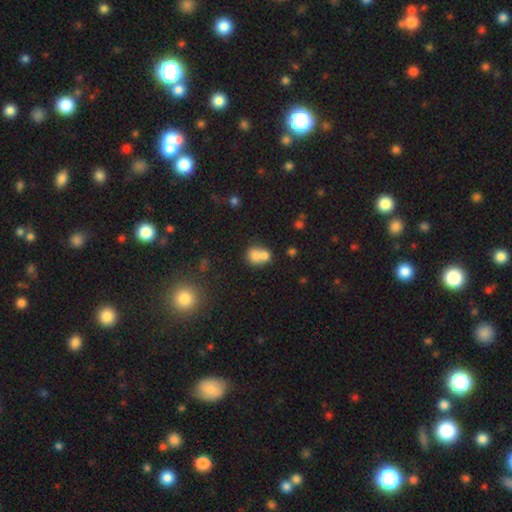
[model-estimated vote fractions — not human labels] smooth 72%, featured or disk 17%, star or artifact 11%. Down the decision tree: how rounded — round (63%); merging — merger (65%).